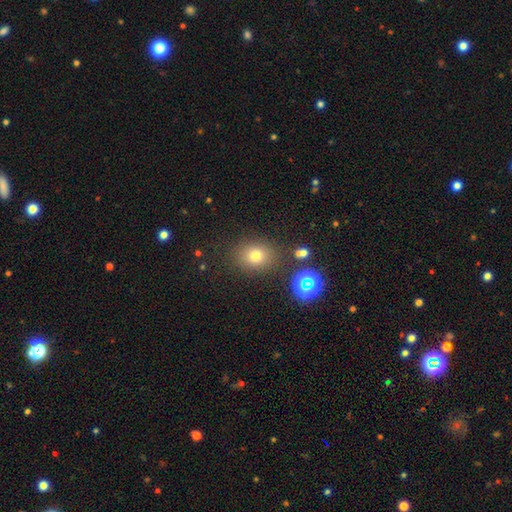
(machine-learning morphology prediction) Smooth or featured: smooth — 72% (star or artifact — 19%)
How rounded: round — 60% (in between — 39%)
Merging: none — 82% (minor disturbance — 10%)